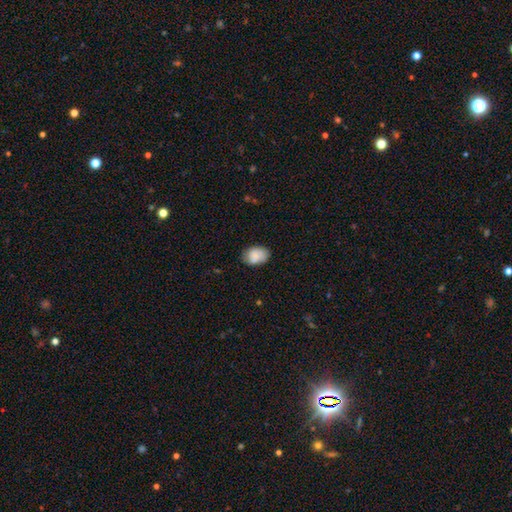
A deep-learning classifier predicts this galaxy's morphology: Smooth or featured: smooth — 83% (featured or disk — 10%)
How rounded: in between — 77% (round — 22%)
Merging: none — 69% (minor disturbance — 23%)